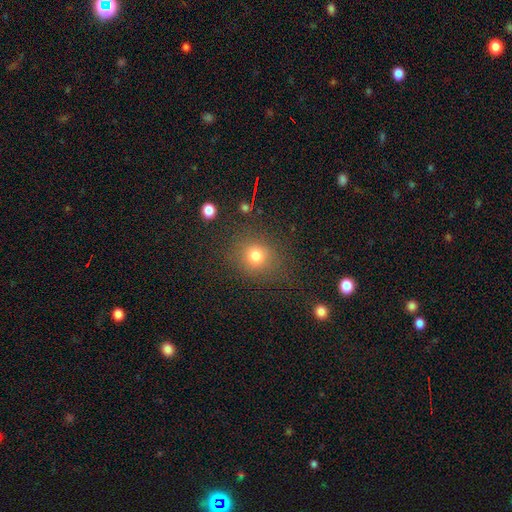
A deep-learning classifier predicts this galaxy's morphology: Q: Smooth or featured?
A: smooth (76%); runner-up: star or artifact (16%)
Q: How rounded?
A: round (75%); runner-up: in between (24%)
Q: Merging?
A: none (78%); runner-up: minor disturbance (13%)